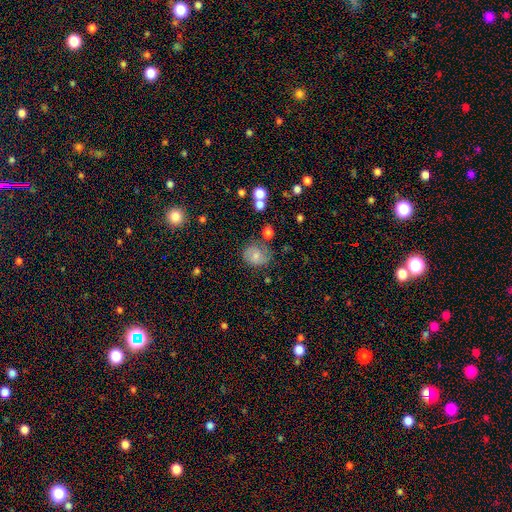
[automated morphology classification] This is possibly a smooth galaxy (54%). How rounded: likely round (74%). Merging: likely none (64%).